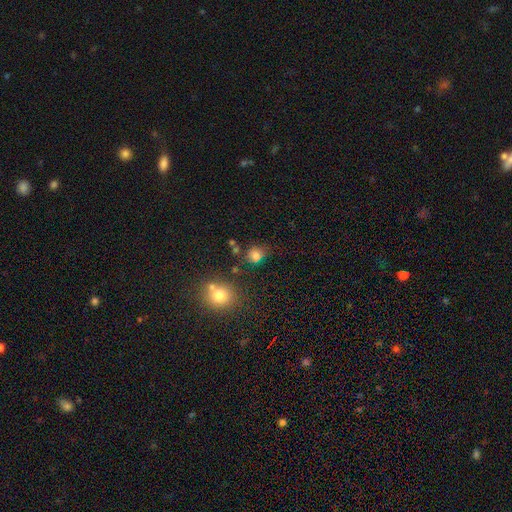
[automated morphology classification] Smooth or featured: smooth — 76% (star or artifact — 16%)
How rounded: round — 79% (in between — 20%)
Merging: none — 66% (minor disturbance — 17%)